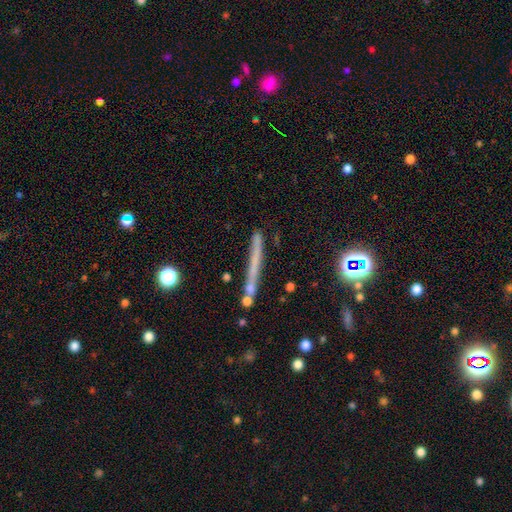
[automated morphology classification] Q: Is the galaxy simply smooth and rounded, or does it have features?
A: smooth — 46%.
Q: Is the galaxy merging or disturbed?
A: none — 72%.